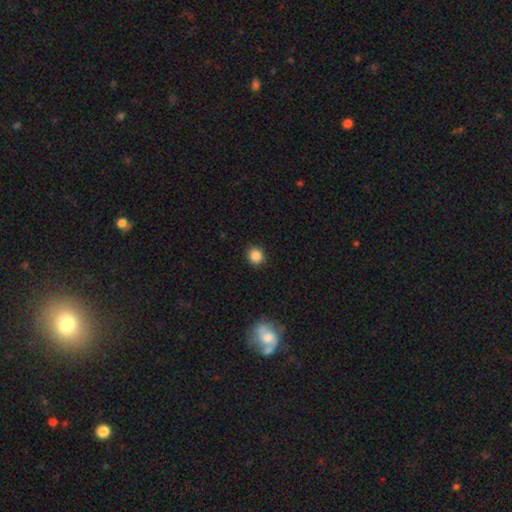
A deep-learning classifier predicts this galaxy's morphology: The model was most divided on "how rounded": round: 85%, in between: 14%, cigar-shaped: 1%. More confident: merging — none (91%); smooth or featured — smooth (86%).